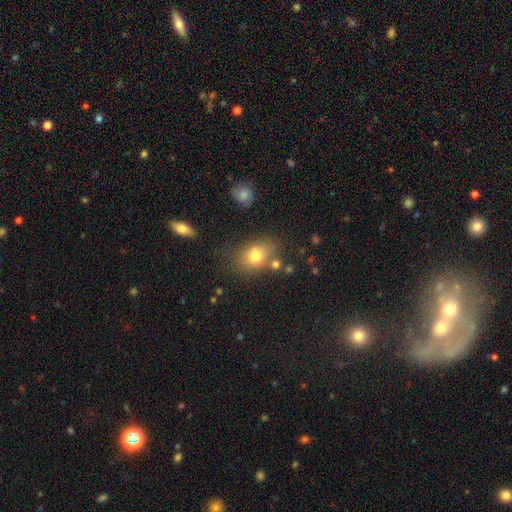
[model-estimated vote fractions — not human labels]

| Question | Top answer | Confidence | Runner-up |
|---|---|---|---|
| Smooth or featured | smooth | 75% | featured or disk (14%) |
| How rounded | in between | 65% | round (34%) |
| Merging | none | 62% | minor disturbance (19%) |